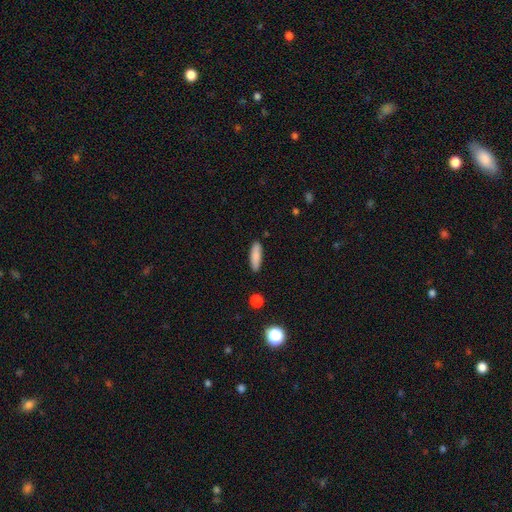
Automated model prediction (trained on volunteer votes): The model was most divided on "how rounded": cigar-shaped: 52%, in between: 46%, round: 2%. More confident: merging — none (88%); smooth or featured — smooth (87%).